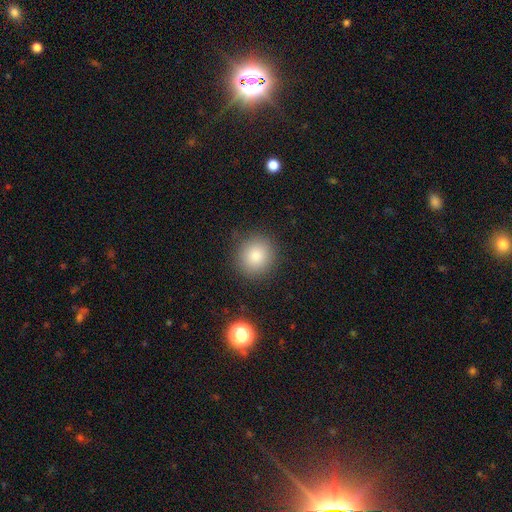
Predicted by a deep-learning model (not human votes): smooth-or-featured: smooth: 84% | star or artifact: 10% | featured or disk: 6%
  how-rounded: round: 89% | in between: 10% | cigar-shaped: 1%
  merging: none: 87% | minor disturbance: 8% | major disturbance: 3% | merger: 1%